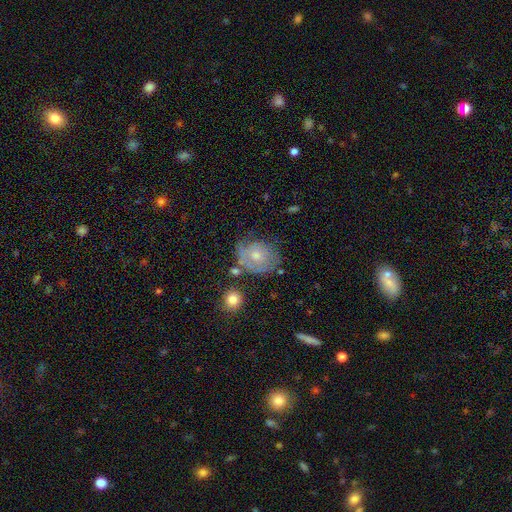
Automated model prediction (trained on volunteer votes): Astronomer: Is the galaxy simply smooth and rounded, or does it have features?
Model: featured or disk — 51% (runner-up: smooth, 40%).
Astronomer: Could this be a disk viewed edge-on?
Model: no — 96%.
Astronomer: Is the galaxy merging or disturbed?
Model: none — 53%.